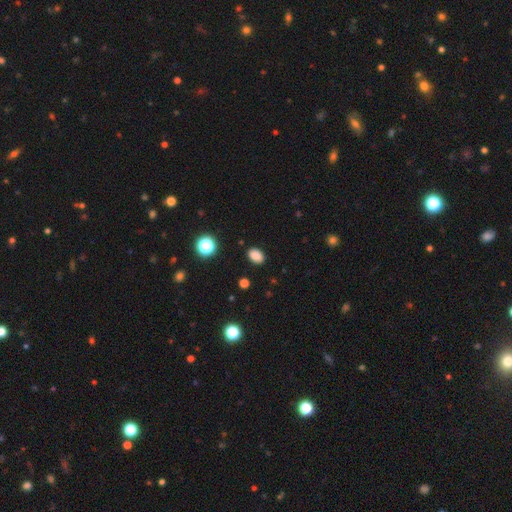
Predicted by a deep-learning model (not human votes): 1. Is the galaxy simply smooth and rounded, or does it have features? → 85% smooth, 12% star or artifact, 4% featured or disk.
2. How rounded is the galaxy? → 82% in between, 17% round, 1% cigar-shaped.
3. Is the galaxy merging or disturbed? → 88% none, 9% minor disturbance, 2% major disturbance, 1% merger.